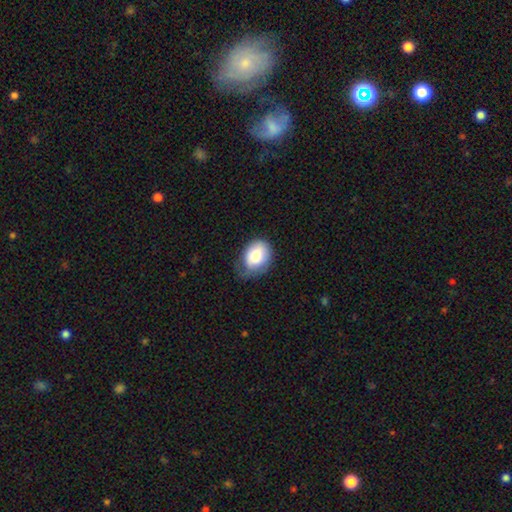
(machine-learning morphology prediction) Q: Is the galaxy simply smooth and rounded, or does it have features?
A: smooth — 80%.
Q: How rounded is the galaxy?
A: in between — 65%.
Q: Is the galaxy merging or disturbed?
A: minor disturbance — 43%.